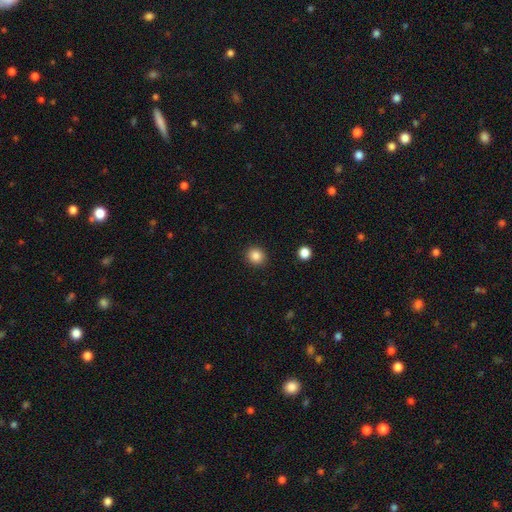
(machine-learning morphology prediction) smooth-or-featured: smooth: 86% | star or artifact: 10% | featured or disk: 4%
  how-rounded: round: 81% | in between: 18% | cigar-shaped: 1%
  merging: none: 91% | minor disturbance: 6% | major disturbance: 2% | merger: 1%